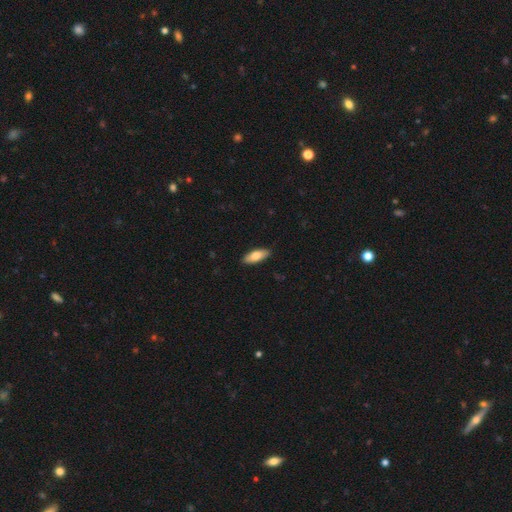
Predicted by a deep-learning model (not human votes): Smooth or featured? smooth (77%)
How rounded? in between (74%)
Merging? none (89%)